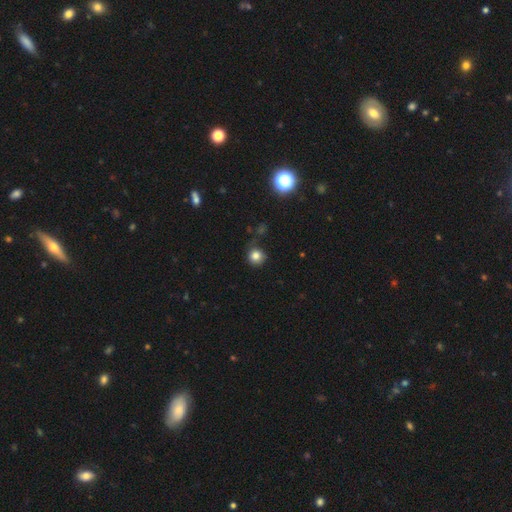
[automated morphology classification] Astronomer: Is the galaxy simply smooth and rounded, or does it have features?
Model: smooth — 81%.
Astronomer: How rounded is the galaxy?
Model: round — 92%.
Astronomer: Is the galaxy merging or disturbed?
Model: none — 76%.